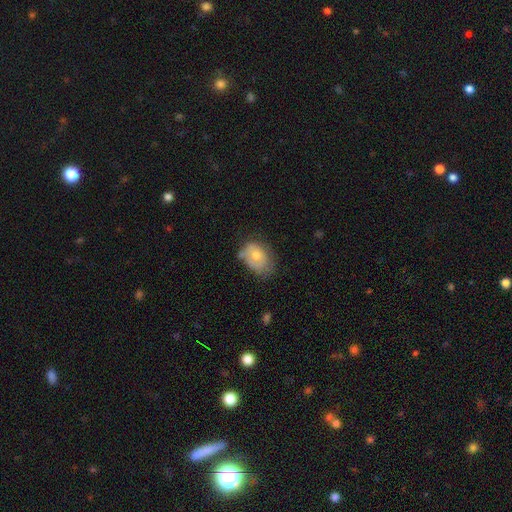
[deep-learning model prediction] A smooth galaxy with no disk features (65%) that is in between round and cigar-shaped (74%). Merging: none (41%).